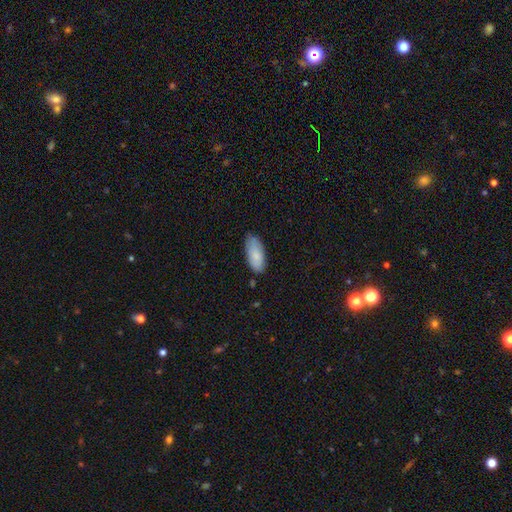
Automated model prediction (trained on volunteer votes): Smooth or featured: smooth — 81% (featured or disk — 13%)
How rounded: in between — 89% (cigar-shaped — 9%)
Merging: none — 72% (minor disturbance — 23%)